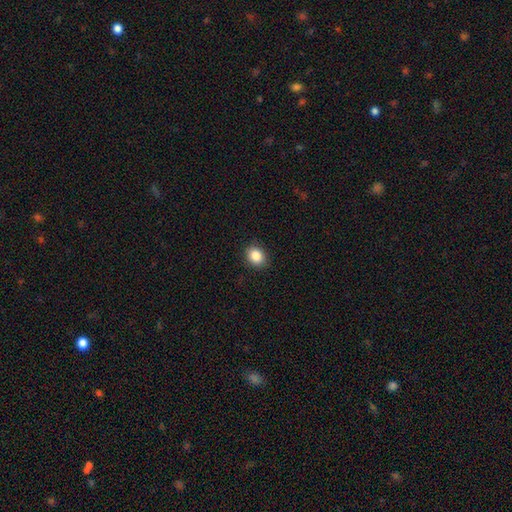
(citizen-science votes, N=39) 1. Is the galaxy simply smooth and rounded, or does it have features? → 90% smooth, 10% star or artifact, 0% featured or disk.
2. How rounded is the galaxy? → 54% round, 46% in between, 0% cigar-shaped.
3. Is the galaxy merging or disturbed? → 94% none, 3% minor disturbance, 3% major disturbance, 0% merger.